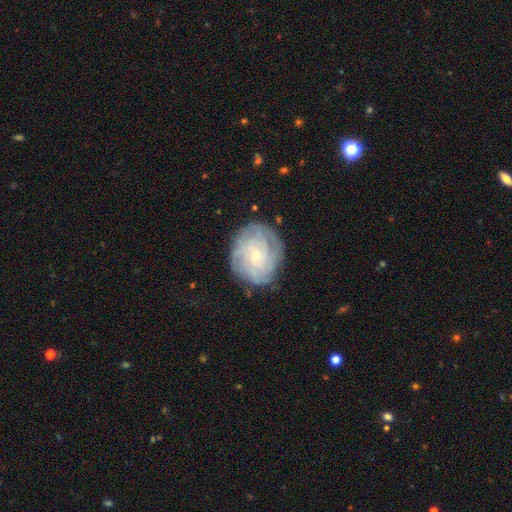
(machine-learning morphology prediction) Smooth or featured? featured or disk (72%)
Edge-on disk? no (97%)
Bar? no (76%)
Spiral arms? yes (90%)
Spiral winding? tight (75%)
Spiral arm count? can't tell (47%)
Bulge size? small (76%)
Merging? none (78%)